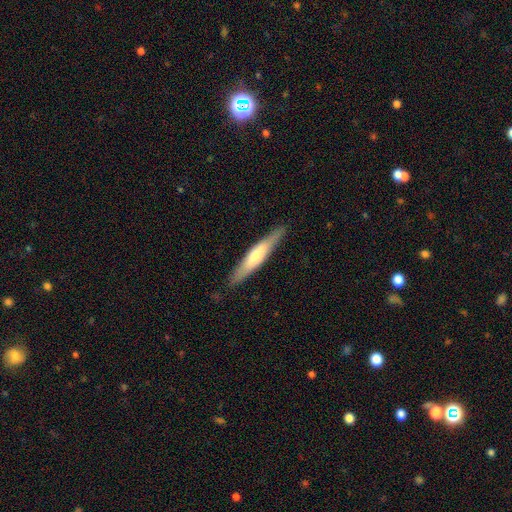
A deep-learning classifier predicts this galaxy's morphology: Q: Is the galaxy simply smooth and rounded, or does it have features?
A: smooth — 48%.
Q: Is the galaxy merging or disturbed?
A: none — 88%.